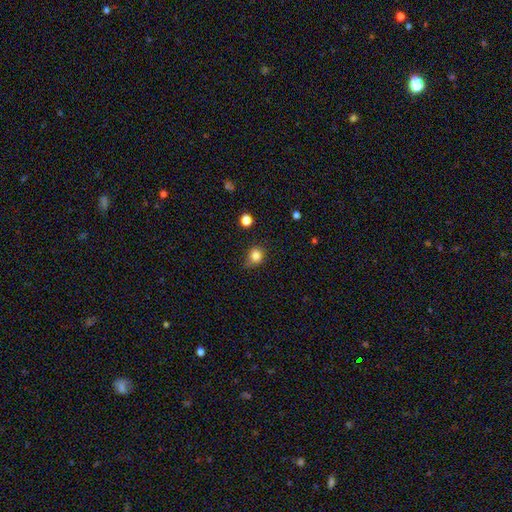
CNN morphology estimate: Overall: smooth (83%). How rounded: round (74%). Merging: none (61%; minor disturbance 30%).